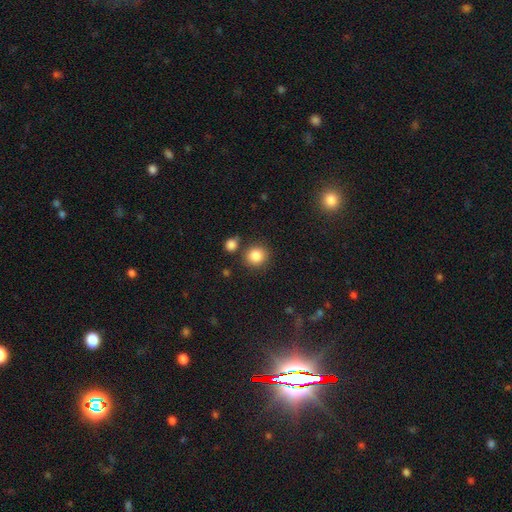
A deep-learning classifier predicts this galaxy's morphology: A smooth galaxy with no disk features (85%) that is round (86%).

Vote fractions:
- Smooth or featured? smooth: 85% / star or artifact: 10% / featured or disk: 5%
- How rounded? round: 86% / in between: 13% / cigar-shaped: 1%
- Merging? none: 79% / minor disturbance: 9% / merger: 9% / major disturbance: 3%